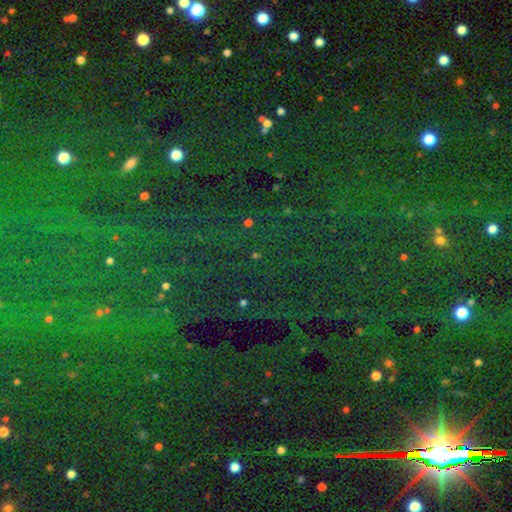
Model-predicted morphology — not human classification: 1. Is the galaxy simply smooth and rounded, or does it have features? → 80% star or artifact, 13% smooth, 7% featured or disk.